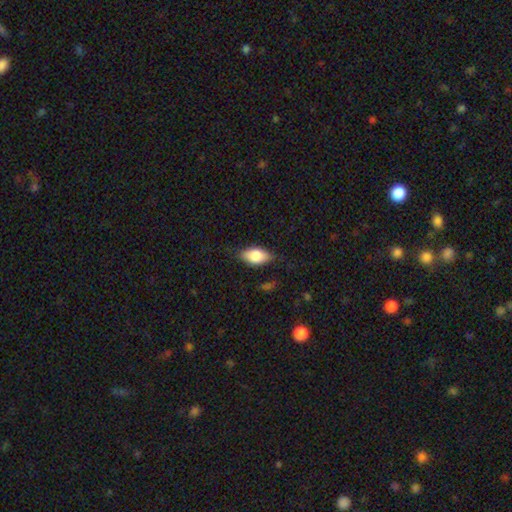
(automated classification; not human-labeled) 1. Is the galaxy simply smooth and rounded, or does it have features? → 76% smooth, 17% featured or disk, 7% star or artifact.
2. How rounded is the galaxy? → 89% in between, 6% round, 5% cigar-shaped.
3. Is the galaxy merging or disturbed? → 76% none, 18% minor disturbance, 5% major disturbance, 1% merger.